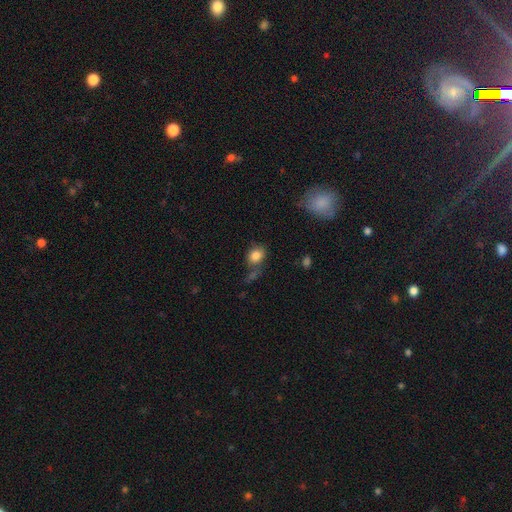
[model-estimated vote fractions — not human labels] Overall: smooth (83%). How rounded: in between (51%; round 48%). Merging: none (57%; minor disturbance 20%).